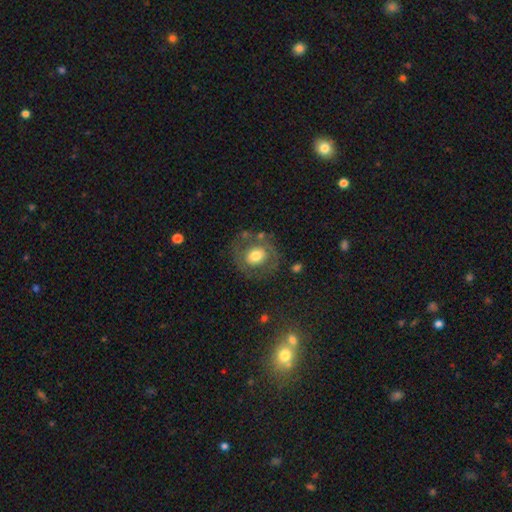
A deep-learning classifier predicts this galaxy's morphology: This appears to be a smooth galaxy with no disk features (56%) that is round (77%). Merging: none (70%).